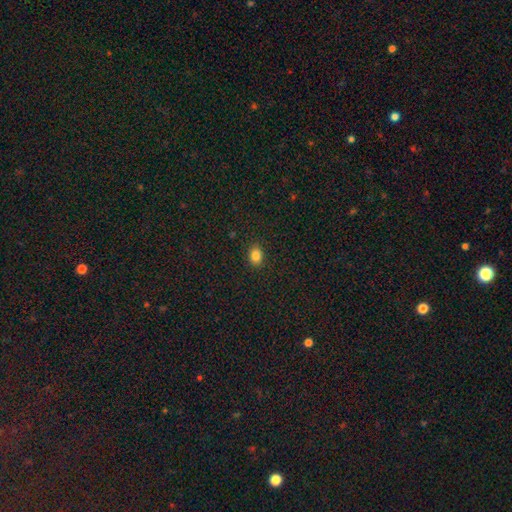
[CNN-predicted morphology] The model was most divided on "how rounded": in between: 63%, round: 36%, cigar-shaped: 1%. More confident: merging — none (89%); smooth or featured — smooth (85%).